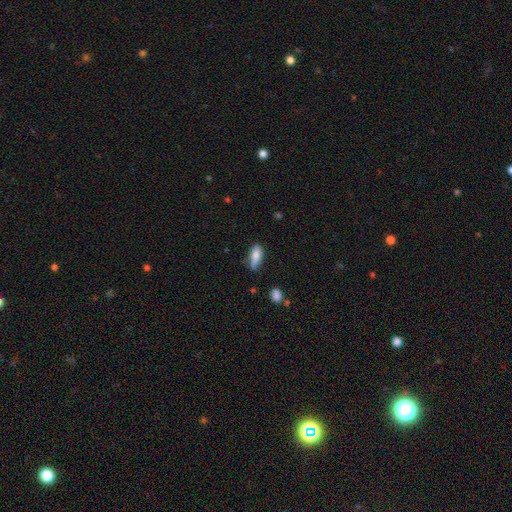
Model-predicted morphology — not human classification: Smooth or featured? smooth (83%)
How rounded? in between (73%)
Merging? none (61%)